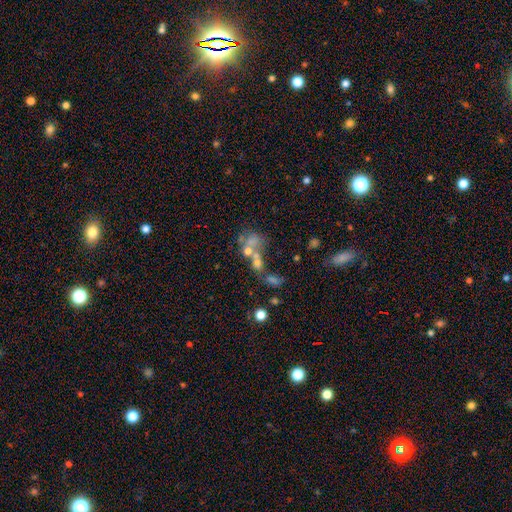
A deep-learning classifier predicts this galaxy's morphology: Smooth or featured? smooth (35%)
Merging? merger (43%)